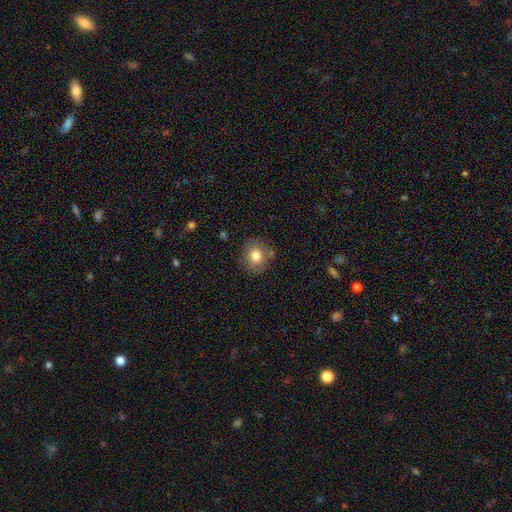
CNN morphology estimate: Smooth or featured? smooth (79%)
How rounded? round (79%)
Merging? none (79%)